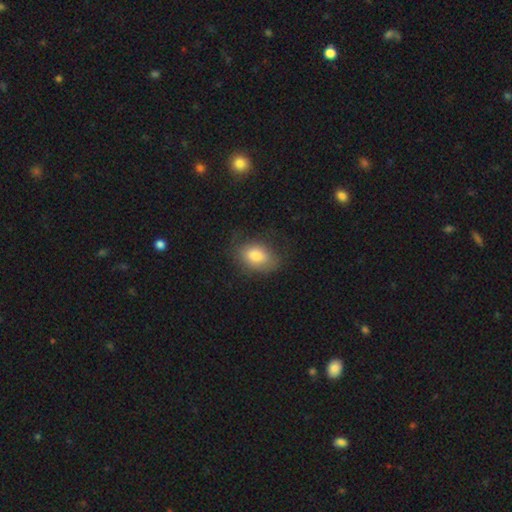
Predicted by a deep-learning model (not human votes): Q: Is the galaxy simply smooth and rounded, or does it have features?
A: smooth — 80%.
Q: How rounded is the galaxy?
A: in between — 82%.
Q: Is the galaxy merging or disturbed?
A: none — 63%.